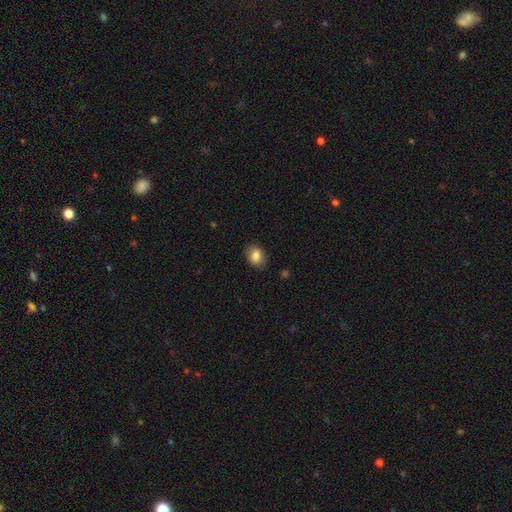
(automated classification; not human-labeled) Smooth or featured: smooth — 83% (featured or disk — 9%)
How rounded: in between — 64% (round — 35%)
Merging: none — 84% (minor disturbance — 12%)